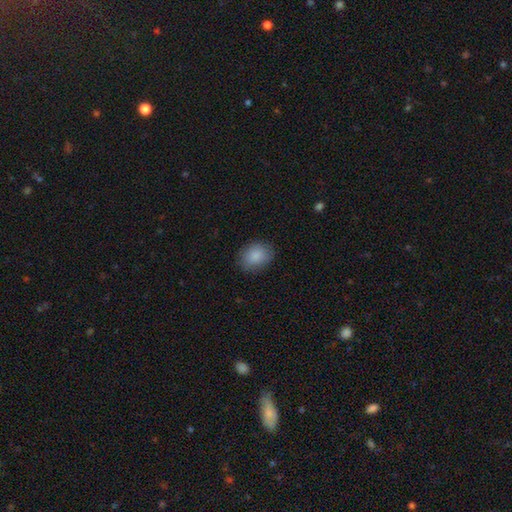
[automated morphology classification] type=smooth (88%); roundness=in between (58%); merging=none (83%).